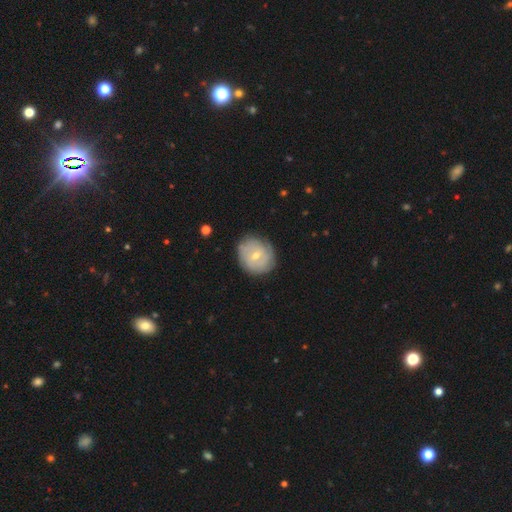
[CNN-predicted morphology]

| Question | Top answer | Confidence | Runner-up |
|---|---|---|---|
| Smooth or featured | featured or disk | 65% | smooth (28%) |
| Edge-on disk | no | 97% | yes (3%) |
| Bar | no | 47% | weak (45%) |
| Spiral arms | yes | 82% | no (18%) |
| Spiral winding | tight | 70% | medium (22%) |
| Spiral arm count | can't tell | 49% | 2 (19%) |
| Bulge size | small | 50% | moderate (47%) |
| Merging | none | 80% | minor disturbance (15%) |